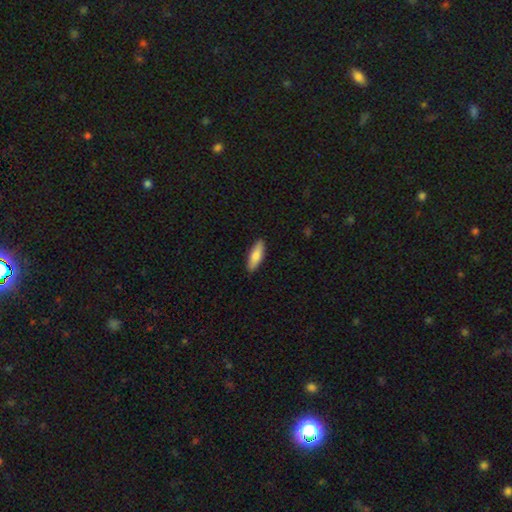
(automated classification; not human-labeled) smooth-or-featured: smooth: 79% | featured or disk: 16% | star or artifact: 5%
  how-rounded: in between: 53% | cigar-shaped: 45% | round: 2%
  merging: none: 90% | minor disturbance: 8% | major disturbance: 2% | merger: 1%